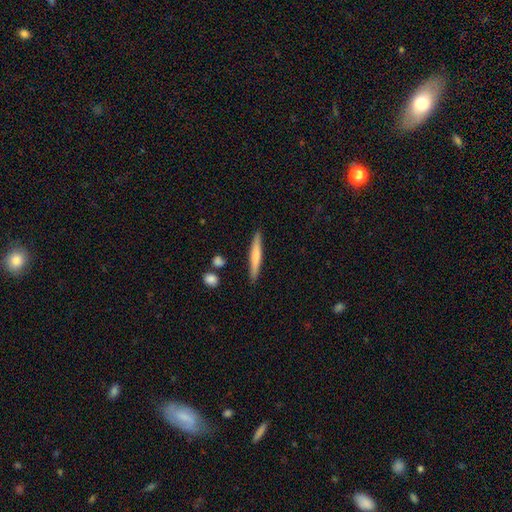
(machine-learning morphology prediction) smooth-or-featured: smooth: 61% | featured or disk: 33% | star or artifact: 6%
  how-rounded: cigar-shaped: 95% | in between: 4% | round: 1%
  merging: none: 89% | minor disturbance: 8% | merger: 2% | major disturbance: 2%